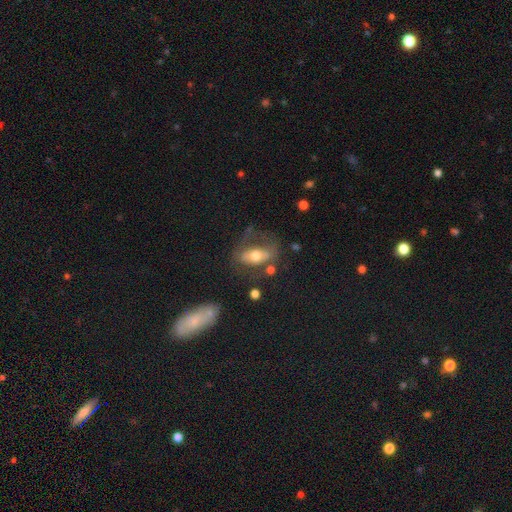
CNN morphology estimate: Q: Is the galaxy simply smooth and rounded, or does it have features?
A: featured or disk — 47%.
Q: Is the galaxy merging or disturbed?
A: none — 49%.